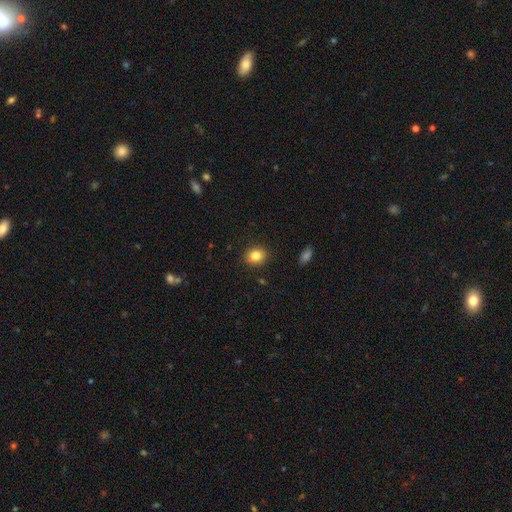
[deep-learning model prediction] A smooth galaxy with no disk features (82%) that is round (57%).

Vote fractions:
- Smooth or featured? smooth: 82% / star or artifact: 10% / featured or disk: 7%
- How rounded? round: 57% / in between: 42% / cigar-shaped: 1%
- Merging? none: 88% / minor disturbance: 9% / major disturbance: 2% / merger: 1%